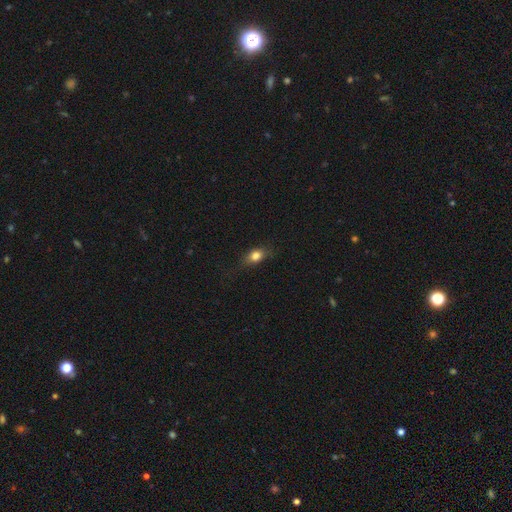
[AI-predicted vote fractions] smooth_or_featured: smooth (p=0.78) [alt: featured or disk p=0.12]
how_rounded: in between (p=0.70) [alt: round p=0.21]
merging: none (p=0.69) [alt: minor disturbance p=0.22]